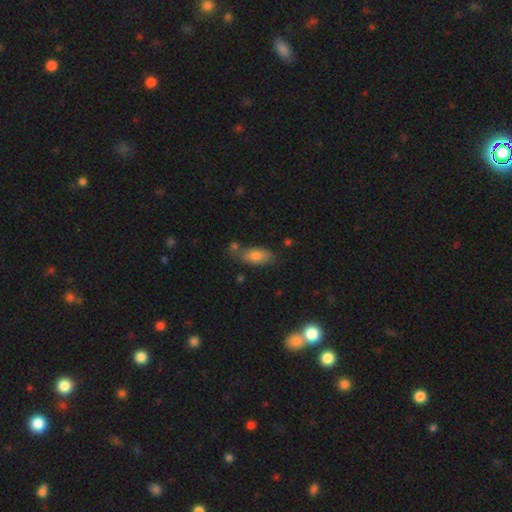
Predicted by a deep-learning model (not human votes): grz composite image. It shows a smooth galaxy with no disk features (80%) that is in between round and cigar-shaped (86%). Merging: none (65%).